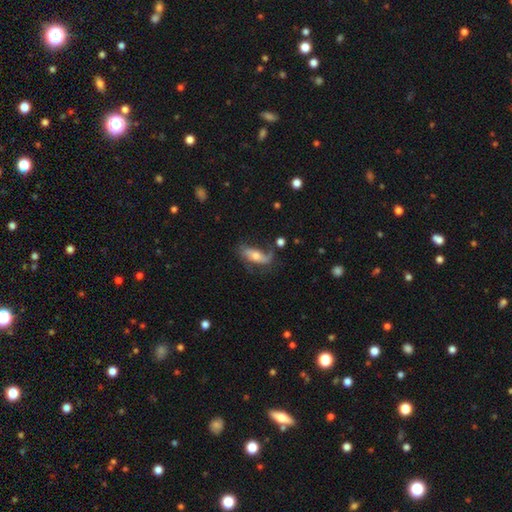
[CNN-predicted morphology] Smooth or featured? featured or disk (52%)
Edge-on disk? no (79%)
Merging? none (46%)